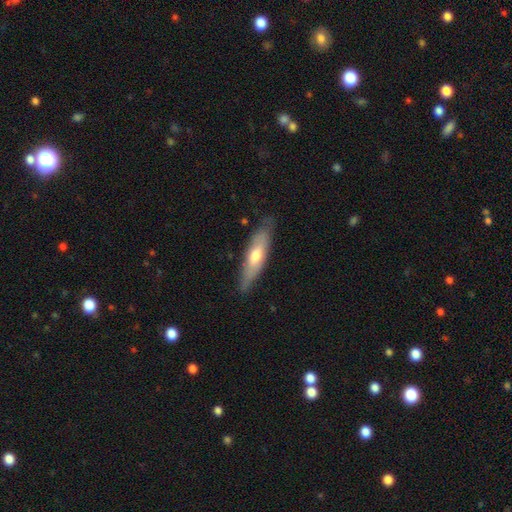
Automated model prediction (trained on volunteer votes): smooth 51%, featured or disk 43%, star or artifact 5%. Down the decision tree: how rounded — cigar-shaped (66%); merging — none (76%).